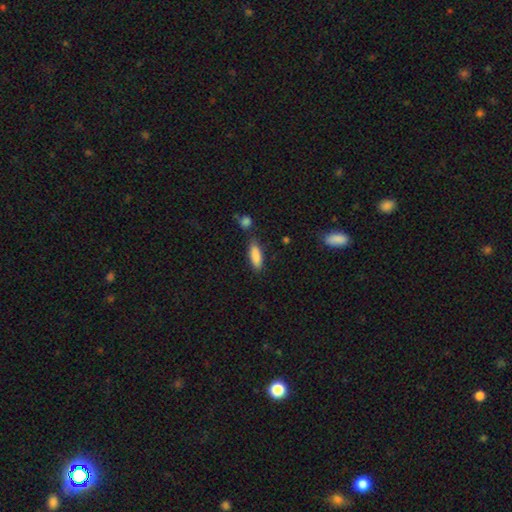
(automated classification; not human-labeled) Smooth or featured: smooth — 87% (star or artifact — 7%)
How rounded: in between — 60% (cigar-shaped — 38%)
Merging: none — 76% (minor disturbance — 14%)